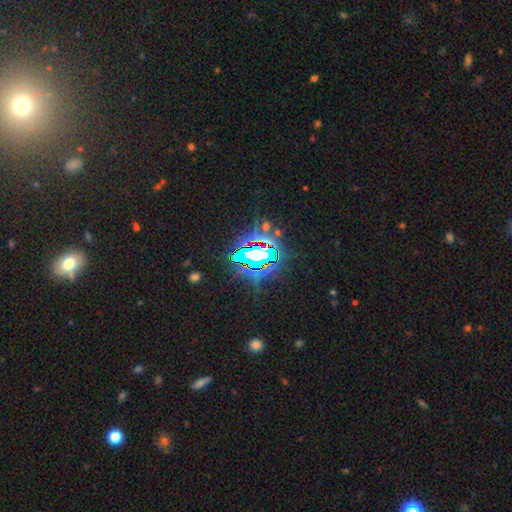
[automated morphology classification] smooth-or-featured: star or artifact: 76% | featured or disk: 13% | smooth: 12%